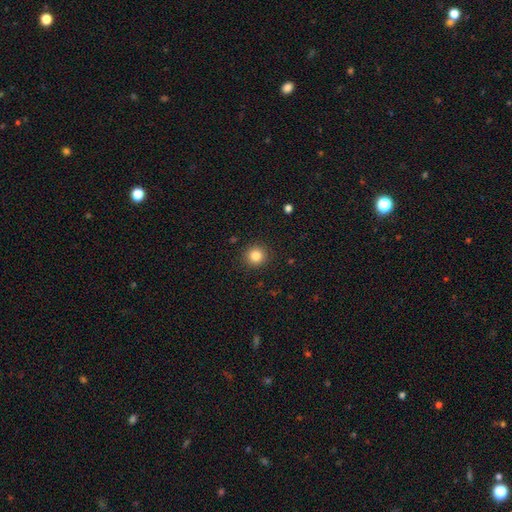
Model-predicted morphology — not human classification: Q: Smooth or featured?
A: smooth (84%); runner-up: star or artifact (11%)
Q: How rounded?
A: round (93%); runner-up: in between (6%)
Q: Merging?
A: none (91%); runner-up: minor disturbance (6%)